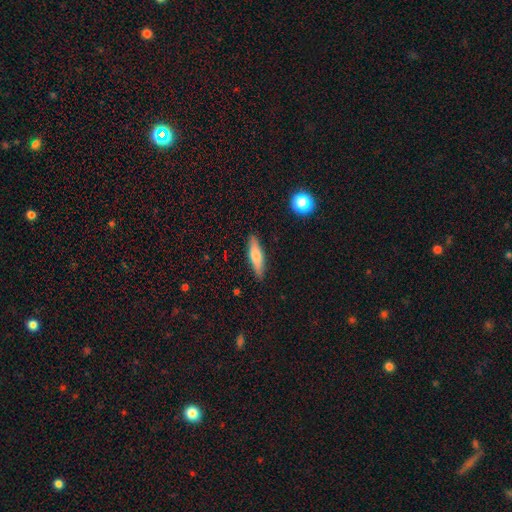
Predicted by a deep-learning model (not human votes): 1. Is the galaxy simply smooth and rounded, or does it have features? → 64% smooth, 30% featured or disk, 7% star or artifact.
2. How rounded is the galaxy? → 64% cigar-shaped, 34% in between, 2% round.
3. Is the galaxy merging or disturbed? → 88% none, 9% minor disturbance, 2% major disturbance, 1% merger.